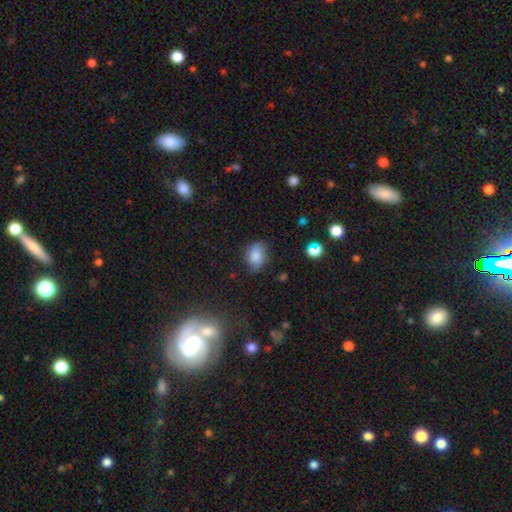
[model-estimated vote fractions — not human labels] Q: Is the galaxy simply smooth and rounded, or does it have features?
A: smooth — 81%.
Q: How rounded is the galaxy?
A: in between — 75%.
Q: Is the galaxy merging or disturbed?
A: none — 71%.